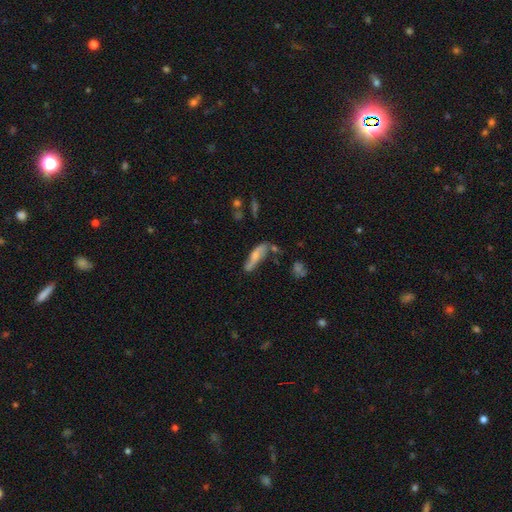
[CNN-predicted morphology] type=featured or disk (49%); merging=none (56%).